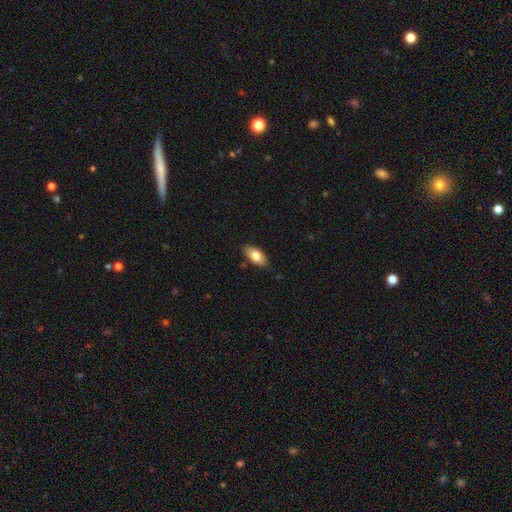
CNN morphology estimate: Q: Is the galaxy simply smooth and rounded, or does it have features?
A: smooth — 79%.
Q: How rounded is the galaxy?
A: in between — 90%.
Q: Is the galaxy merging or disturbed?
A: none — 85%.